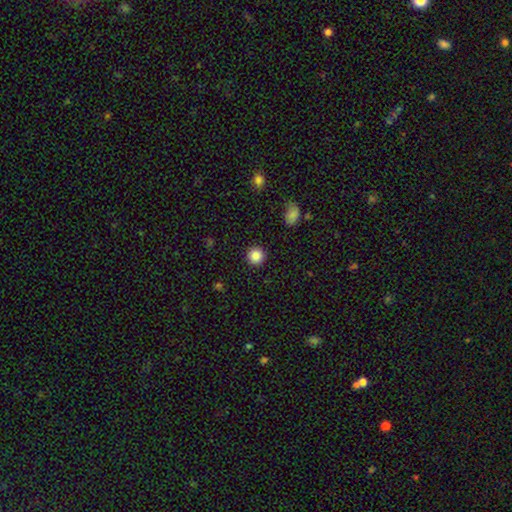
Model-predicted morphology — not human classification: smooth-or-featured: smooth: 86% | star or artifact: 10% | featured or disk: 4%
  how-rounded: round: 95% | in between: 4% | cigar-shaped: 1%
  merging: none: 92% | minor disturbance: 5% | major disturbance: 2% | merger: 1%